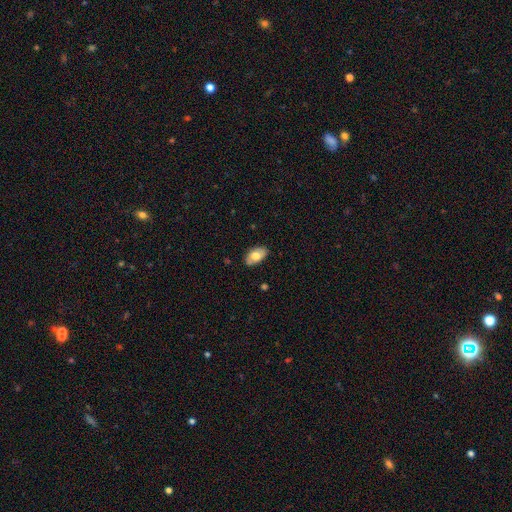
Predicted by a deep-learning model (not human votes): Overall: smooth (68%). How rounded: in between (93%). Merging: none (83%).